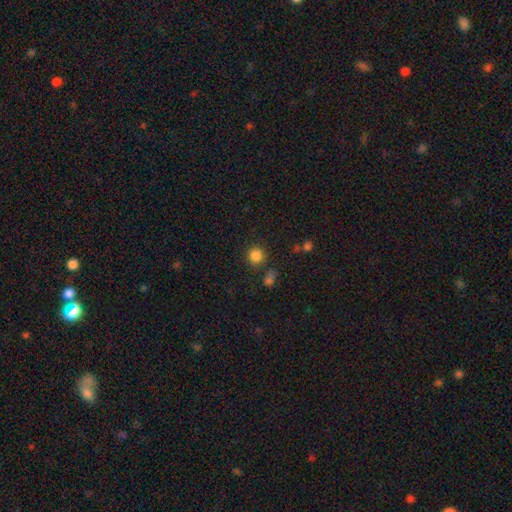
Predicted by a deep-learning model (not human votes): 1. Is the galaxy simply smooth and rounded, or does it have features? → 84% smooth, 12% star or artifact, 4% featured or disk.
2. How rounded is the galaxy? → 91% round, 8% in between, 1% cigar-shaped.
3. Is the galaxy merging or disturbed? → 82% none, 9% minor disturbance, 6% merger, 4% major disturbance.